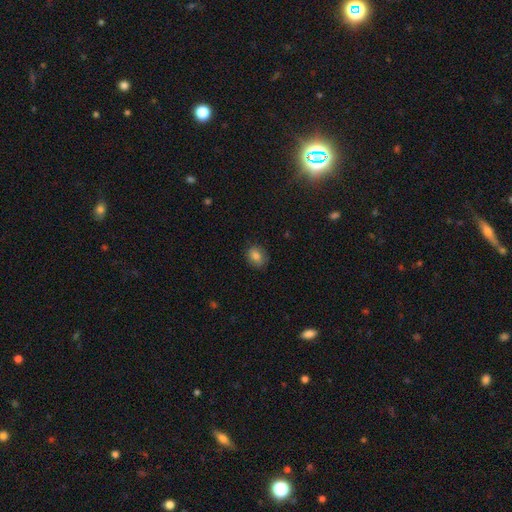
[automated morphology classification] smooth_or_featured: smooth (p=0.82) [alt: star or artifact p=0.09]
how_rounded: in between (p=0.54) [alt: round p=0.45]
merging: none (p=0.84) [alt: minor disturbance p=0.12]